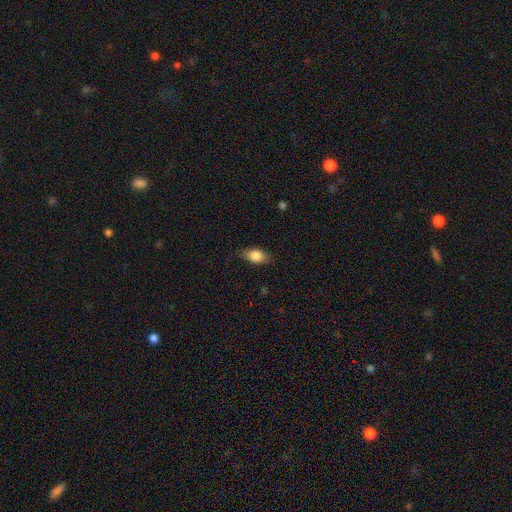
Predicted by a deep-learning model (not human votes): Morphology: type=smooth (84%); roundness=in between (87%); merging=none (79%).